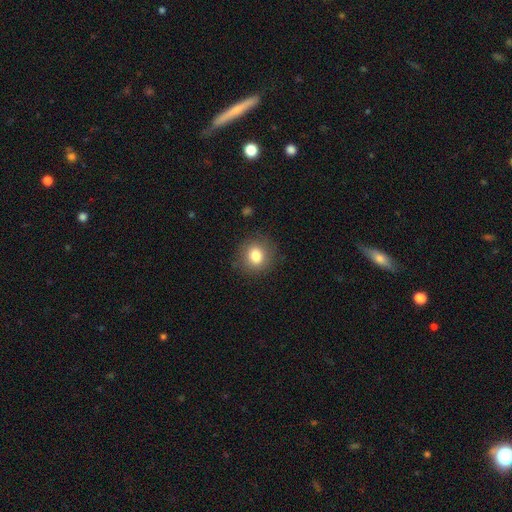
Smooth or featured: smooth — 85% (featured or disk — 10%)
How rounded: round — 76% (in between — 24%)
Merging: none — 81% (minor disturbance — 19%)